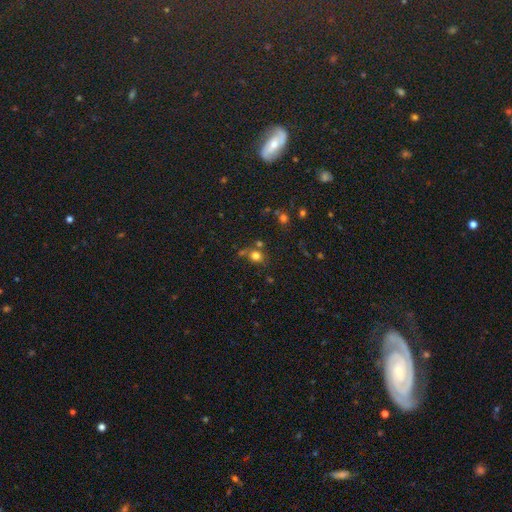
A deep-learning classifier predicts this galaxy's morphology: Smooth or featured? Predicted: smooth (p=0.75). How rounded? Predicted: round (p=0.72). Merging? Predicted: none (p=0.63).